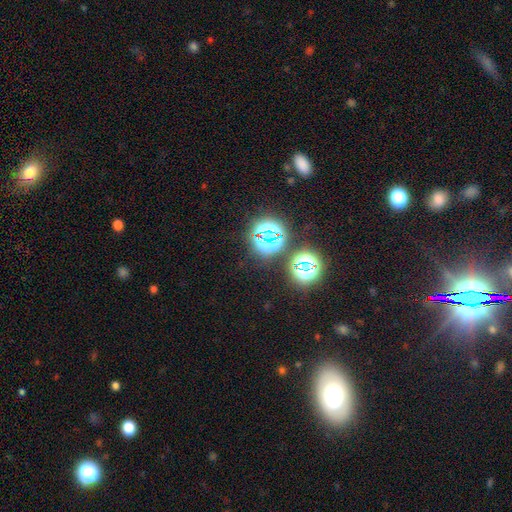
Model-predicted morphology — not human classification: star or artifact 68%, smooth 22%, featured or disk 10%.